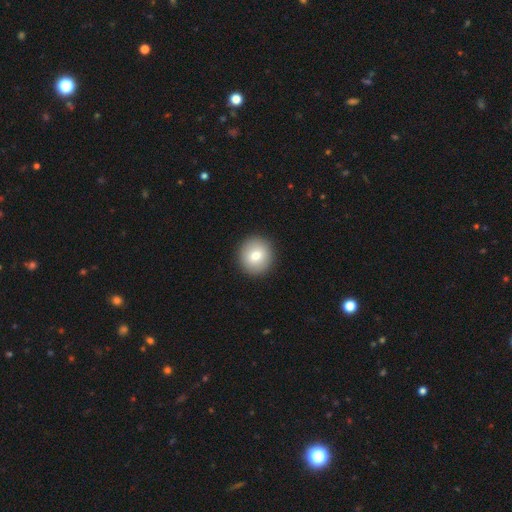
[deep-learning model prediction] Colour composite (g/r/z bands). It shows a smooth galaxy with no disk features (78%) that is round (92%). Merging: none (92%).